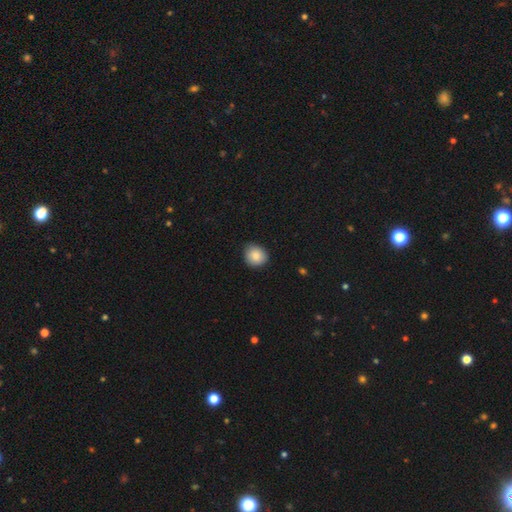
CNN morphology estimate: smooth-or-featured: smooth: 86% | star or artifact: 8% | featured or disk: 6%
  how-rounded: round: 80% | in between: 19% | cigar-shaped: 1%
  merging: none: 82% | minor disturbance: 15% | major disturbance: 2% | merger: 1%